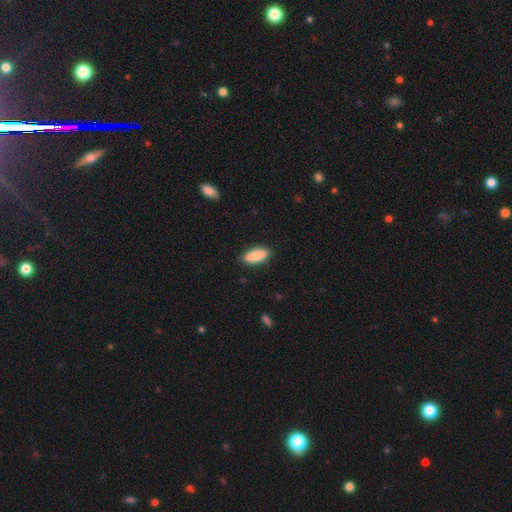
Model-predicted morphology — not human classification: This appears to be a smooth galaxy with no disk features (88%) that is in between round and cigar-shaped (71%). Merging: none (88%).